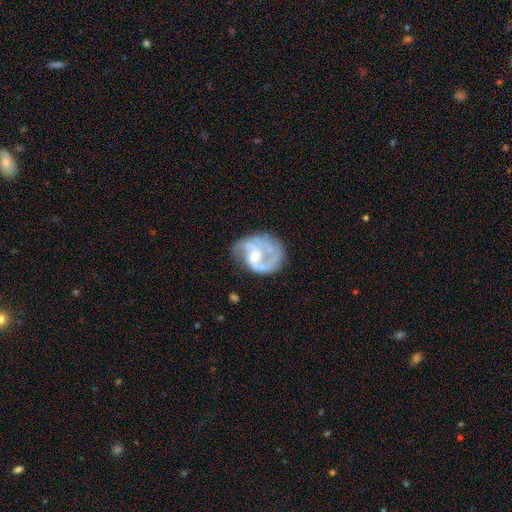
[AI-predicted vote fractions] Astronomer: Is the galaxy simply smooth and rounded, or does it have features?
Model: featured or disk — 79%.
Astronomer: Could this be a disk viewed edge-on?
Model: no — 98%.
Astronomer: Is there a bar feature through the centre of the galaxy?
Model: no — 52% (runner-up: weak, 40%).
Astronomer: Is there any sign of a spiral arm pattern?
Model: yes — 85%.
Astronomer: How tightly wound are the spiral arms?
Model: medium — 44% (runner-up: loose, 38%).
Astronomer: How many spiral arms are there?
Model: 2 — 56%.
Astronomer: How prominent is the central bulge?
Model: small — 45% (runner-up: moderate, 41%).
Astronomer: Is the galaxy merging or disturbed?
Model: none — 49% (runner-up: major disturbance, 25%).